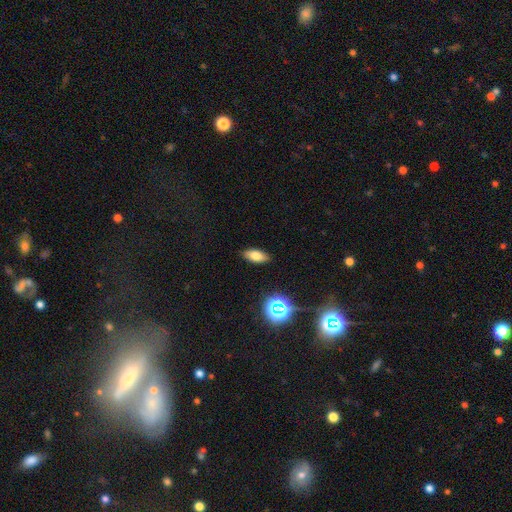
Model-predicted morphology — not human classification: type=smooth (74%); roundness=in between (84%); merging=none (88%).